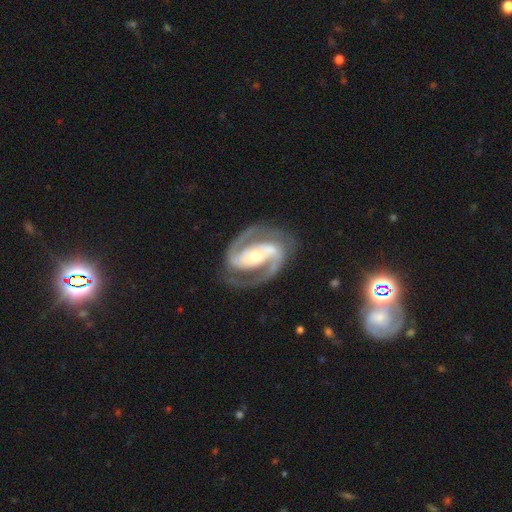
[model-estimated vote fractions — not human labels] Q: Smooth or featured?
A: featured or disk (93%); runner-up: star or artifact (4%)
Q: Edge-on disk?
A: no (98%); runner-up: yes (2%)
Q: Bar?
A: strong (48%); runner-up: weak (27%)
Q: Spiral arms?
A: yes (98%); runner-up: no (2%)
Q: Spiral winding?
A: medium (55%); runner-up: tight (36%)
Q: Spiral arm count?
A: 2 (93%); runner-up: 3 (2%)
Q: Bulge size?
A: moderate (58%); runner-up: small (33%)
Q: Merging?
A: none (81%); runner-up: minor disturbance (12%)